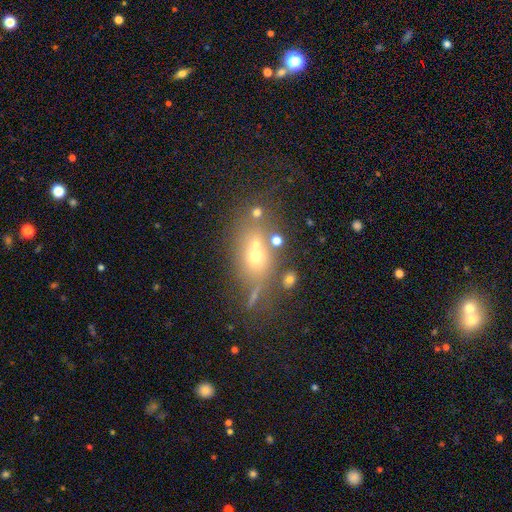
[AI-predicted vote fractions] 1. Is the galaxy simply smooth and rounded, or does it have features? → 42% smooth, 34% featured or disk, 25% star or artifact.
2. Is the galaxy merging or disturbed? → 53% none, 19% merger, 17% minor disturbance, 11% major disturbance.